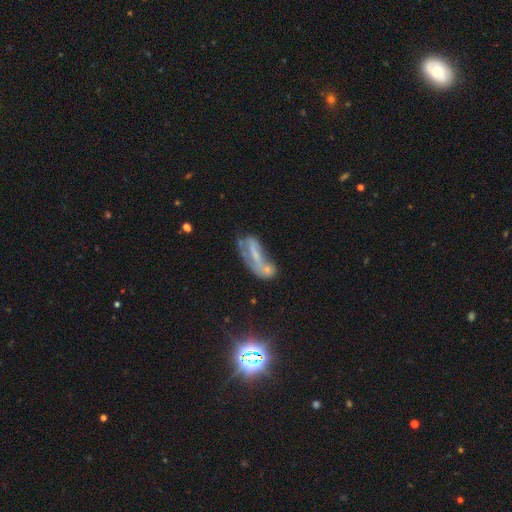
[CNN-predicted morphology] Smooth or featured: featured or disk — 51% (smooth — 31%)
Edge-on disk: no — 84% (yes — 16%)
Merging: merger — 30% (none — 26%)